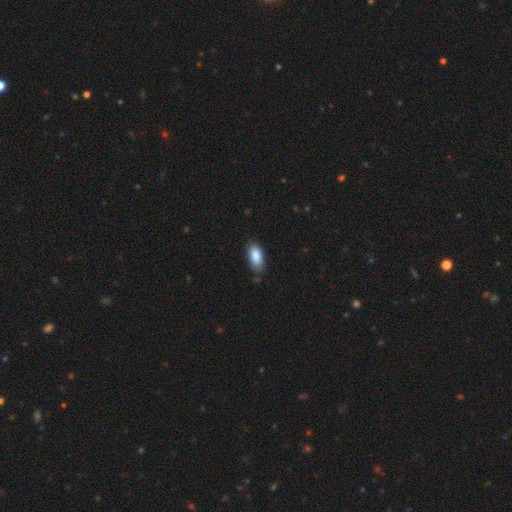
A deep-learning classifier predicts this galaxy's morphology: A smooth galaxy with no disk features (88%) that is in between round and cigar-shaped (90%).

Vote fractions:
- Smooth or featured? smooth: 88% / star or artifact: 6% / featured or disk: 6%
- How rounded? in between: 90% / cigar-shaped: 8% / round: 2%
- Merging? none: 81% / minor disturbance: 15% / major disturbance: 3% / merger: 1%